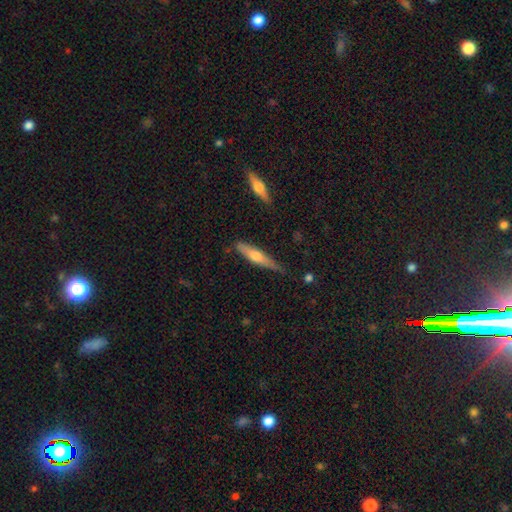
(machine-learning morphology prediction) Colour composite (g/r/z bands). It shows a featured or disk galaxy (47%). Merging: none (71%).